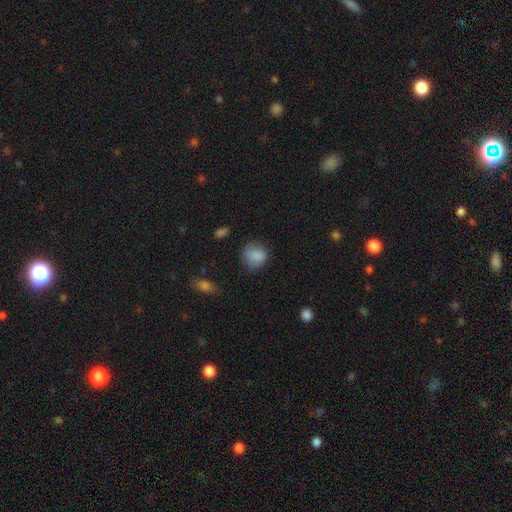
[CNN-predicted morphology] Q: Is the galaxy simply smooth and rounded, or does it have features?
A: smooth — 85%.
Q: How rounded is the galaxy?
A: round — 77%.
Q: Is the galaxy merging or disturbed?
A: none — 72%.